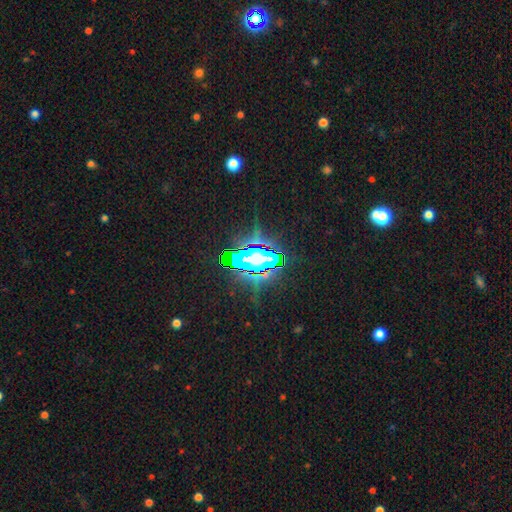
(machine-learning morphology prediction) The model was most divided on "smooth or featured": star or artifact: 70%, featured or disk: 15%, smooth: 14%.